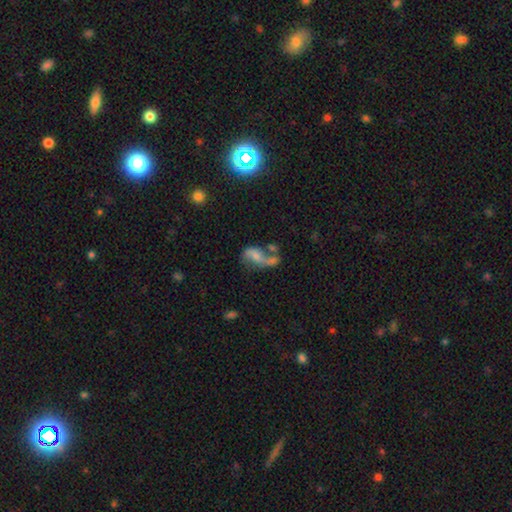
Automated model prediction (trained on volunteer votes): featured or disk 56%, smooth 33%, star or artifact 11%. Down the decision tree: edge-on disk — no (96%); bar — no (56%); spiral arms — yes (70%); bulge size — small (39%); merging — merger (40%).